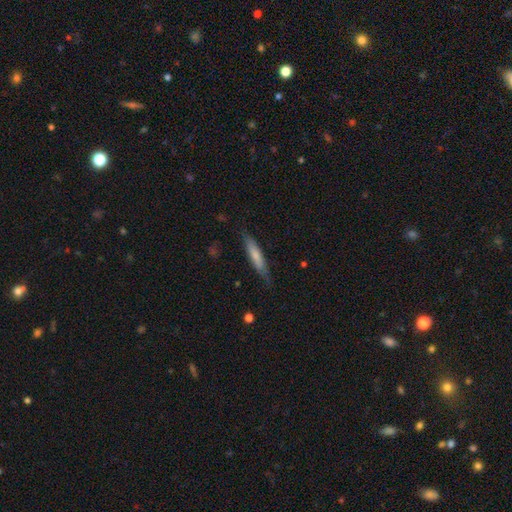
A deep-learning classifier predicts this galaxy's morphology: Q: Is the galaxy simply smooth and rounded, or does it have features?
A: smooth — 69%.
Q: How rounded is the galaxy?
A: cigar-shaped — 84%.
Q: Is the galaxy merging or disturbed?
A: none — 73%.